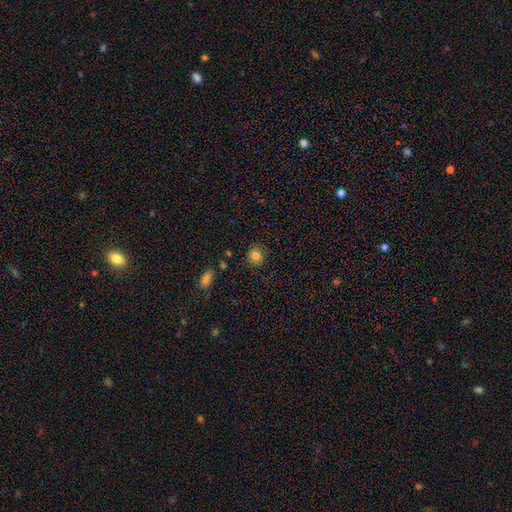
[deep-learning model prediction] The model was most divided on "how rounded": round: 82%, in between: 17%, cigar-shaped: 1%. More confident: merging — none (84%); smooth or featured — smooth (82%).